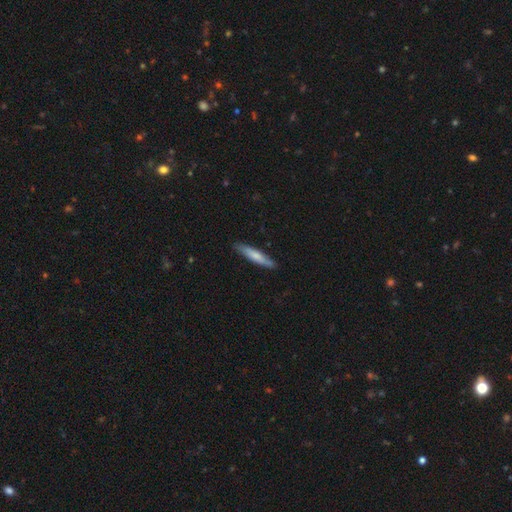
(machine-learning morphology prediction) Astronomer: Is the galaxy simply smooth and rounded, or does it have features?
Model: smooth — 68%.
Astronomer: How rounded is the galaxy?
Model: cigar-shaped — 90%.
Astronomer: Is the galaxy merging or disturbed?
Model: none — 86%.